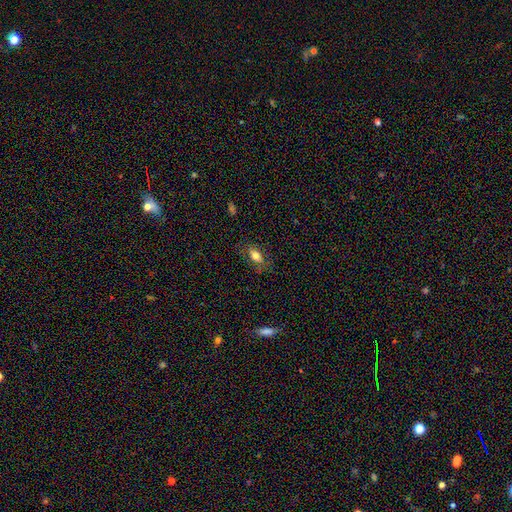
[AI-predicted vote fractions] Smooth or featured? smooth (73%)
How rounded? in between (83%)
Merging? none (78%)